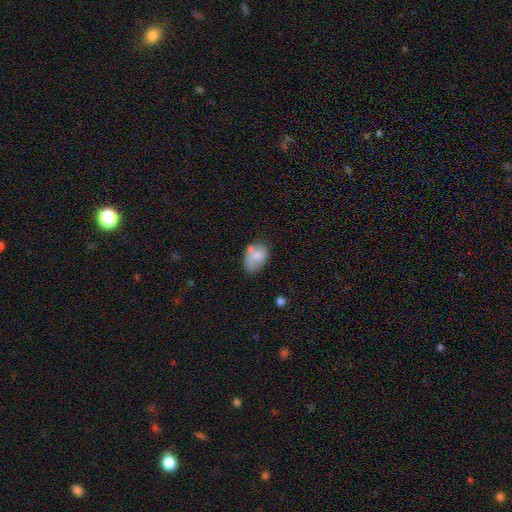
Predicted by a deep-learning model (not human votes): Smooth or featured? smooth (71%)
How rounded? in between (79%)
Merging? none (47%)